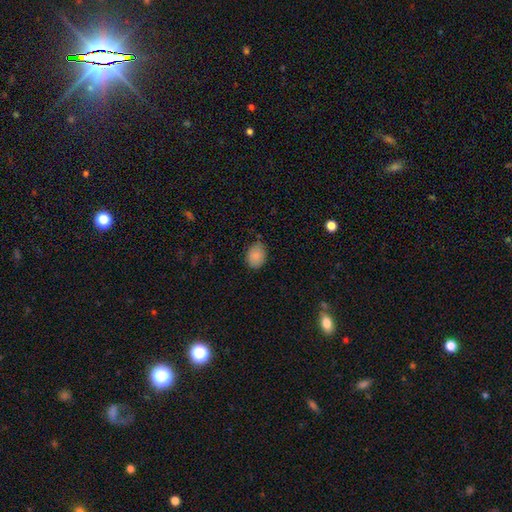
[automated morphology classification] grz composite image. It shows a smooth galaxy with no disk features (87%) that is in between round and cigar-shaped (63%). Merging: none (73%).